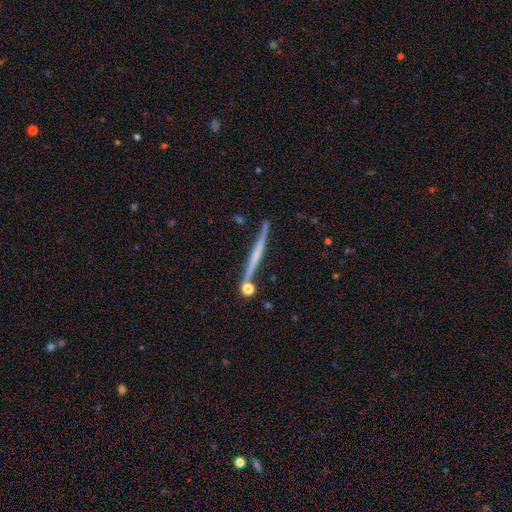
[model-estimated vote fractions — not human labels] Smooth or featured?
  - featured or disk: 60% *
  - smooth: 33%
  - star or artifact: 7%
Edge-on disk?
  - yes: 97% *
  - no: 3%
Edge-on bulge?
  - none: 71% *
  - rounded: 19%
  - boxy: 9%
Merging?
  - none: 83% *
  - minor disturbance: 9%
  - merger: 6%
  - major disturbance: 2%